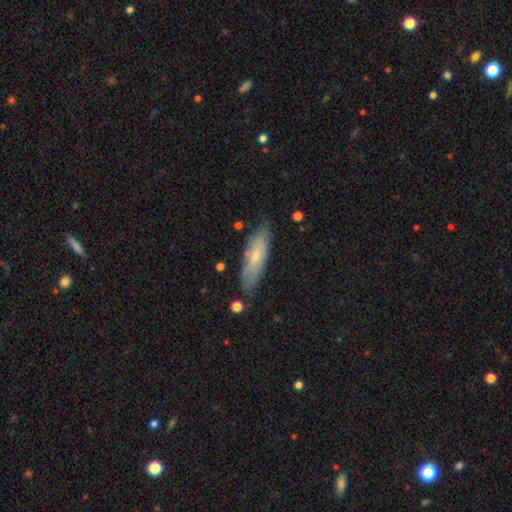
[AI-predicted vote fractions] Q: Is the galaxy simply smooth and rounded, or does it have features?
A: smooth — 62%.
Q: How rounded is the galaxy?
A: cigar-shaped — 57%.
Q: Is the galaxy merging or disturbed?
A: none — 77%.